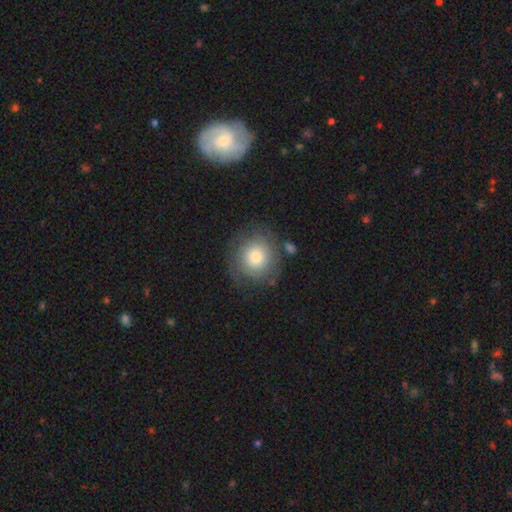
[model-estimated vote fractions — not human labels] smooth_or_featured: smooth (p=0.64) [alt: featured or disk p=0.27]
how_rounded: round (p=0.88) [alt: in between p=0.11]
merging: none (p=0.73) [alt: minor disturbance p=0.16]